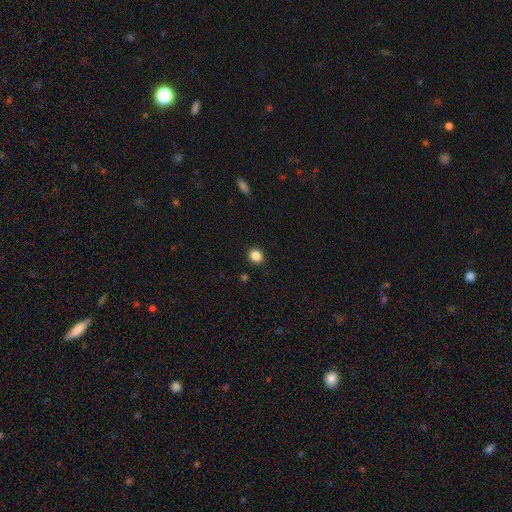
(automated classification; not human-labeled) Smooth or featured? smooth (85%)
How rounded? round (73%)
Merging? none (92%)